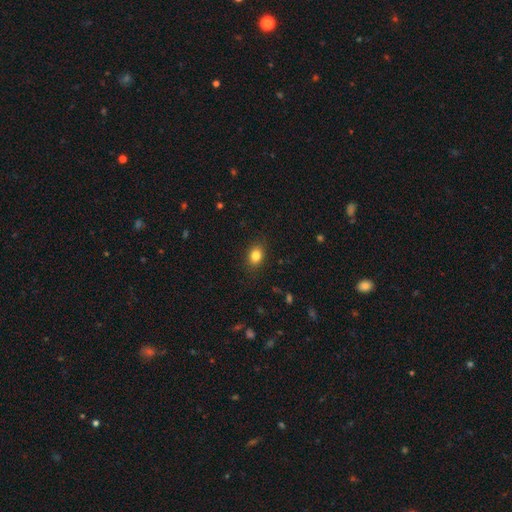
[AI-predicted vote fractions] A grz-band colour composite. It shows a smooth galaxy with no disk features (83%) that is in between round and cigar-shaped (63%). Merging: none (87%).